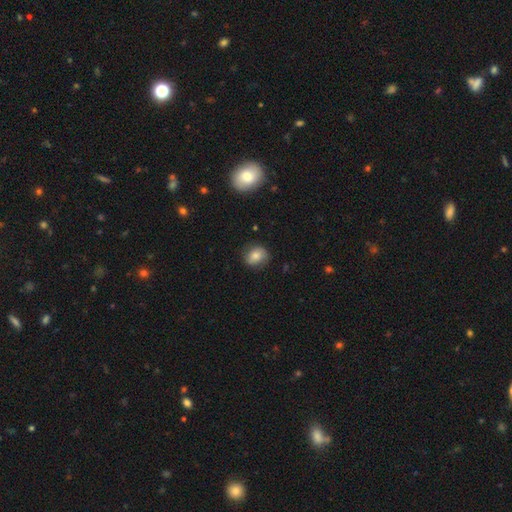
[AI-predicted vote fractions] Smooth or featured?
  - smooth: 75% *
  - featured or disk: 16%
  - star or artifact: 9%
How rounded?
  - round: 61% *
  - in between: 37%
  - cigar-shaped: 1%
Merging?
  - none: 78% *
  - minor disturbance: 17%
  - major disturbance: 4%
  - merger: 1%